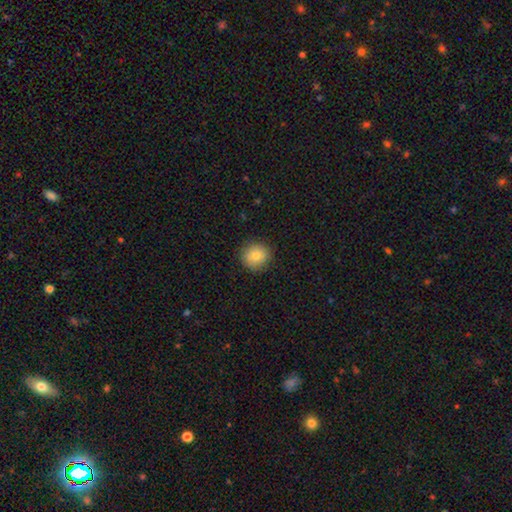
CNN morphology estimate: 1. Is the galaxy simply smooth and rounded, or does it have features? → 81% smooth, 10% star or artifact, 9% featured or disk.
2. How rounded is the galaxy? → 89% round, 10% in between, 1% cigar-shaped.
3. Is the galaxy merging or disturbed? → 89% none, 8% minor disturbance, 2% major disturbance, 1% merger.